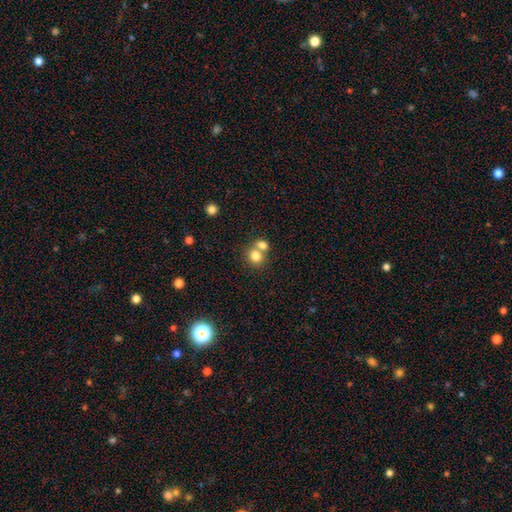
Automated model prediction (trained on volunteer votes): A smooth galaxy with no disk features (80%) that is round (74%).

Vote fractions:
- Smooth or featured? smooth: 80% / star or artifact: 11% / featured or disk: 9%
- How rounded? round: 74% / in between: 25% / cigar-shaped: 1%
- Merging? merger: 50% / none: 41% / minor disturbance: 6% / major disturbance: 3%